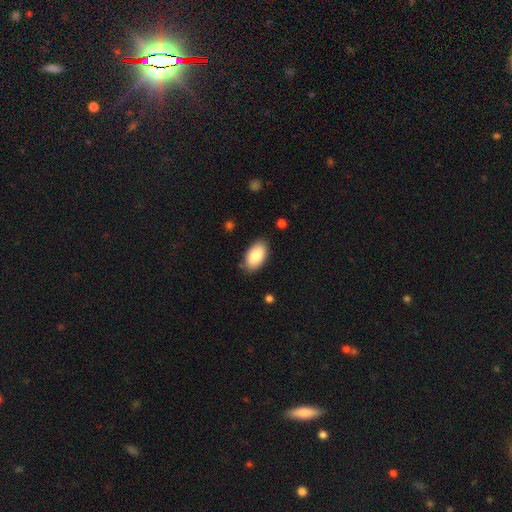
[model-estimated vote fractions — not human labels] A smooth galaxy with no disk features (83%) that is in between round and cigar-shaped (95%).

Vote fractions:
- Smooth or featured? smooth: 83% / featured or disk: 10% / star or artifact: 6%
- How rounded? in between: 95% / round: 4% / cigar-shaped: 2%
- Merging? none: 85% / minor disturbance: 11% / major disturbance: 2% / merger: 1%